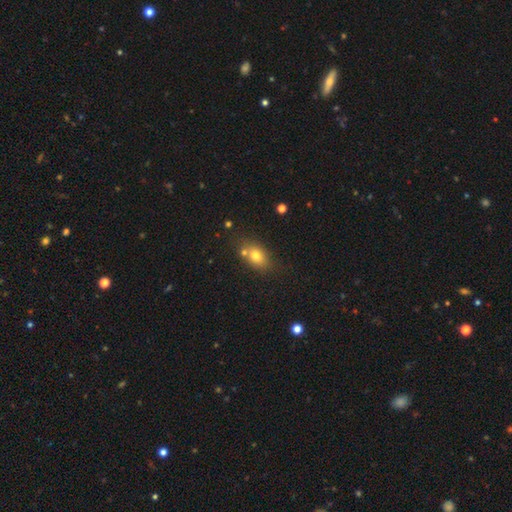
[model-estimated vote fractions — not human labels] A smooth galaxy with no disk features (75%) that is in between round and cigar-shaped (71%). Merging: none (64%).